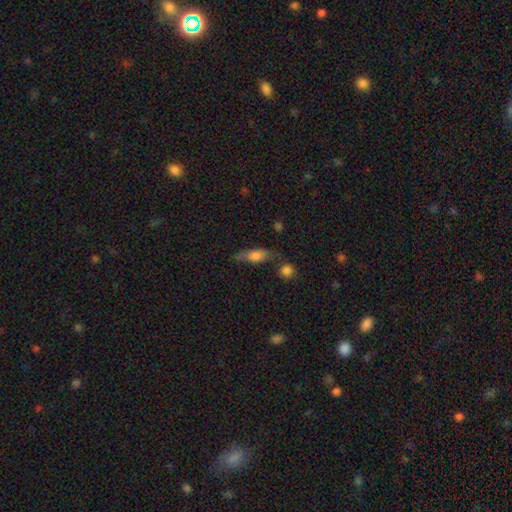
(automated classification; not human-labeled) Smooth or featured? Predicted: smooth (p=0.64). How rounded? Predicted: in between (p=0.59). Merging? Predicted: none (p=0.59).